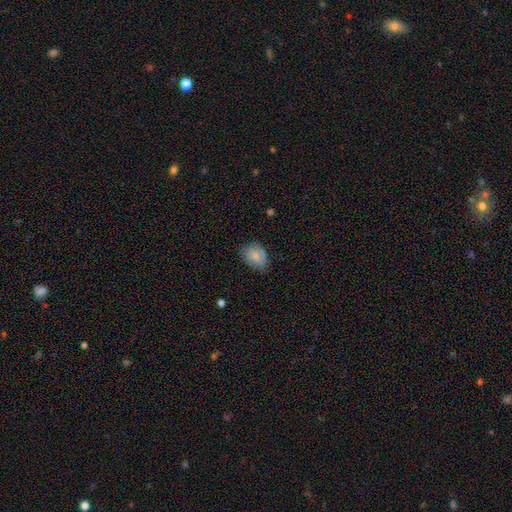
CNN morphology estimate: type=smooth (72%); roundness=in between (71%); merging=none (66%).